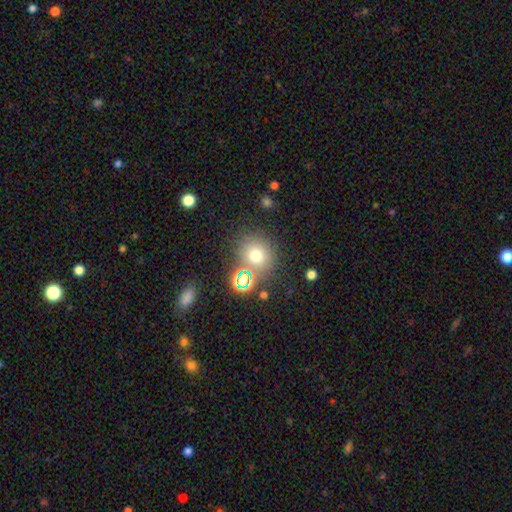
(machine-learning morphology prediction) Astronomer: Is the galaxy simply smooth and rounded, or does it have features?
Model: smooth — 68%.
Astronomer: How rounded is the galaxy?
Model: round — 82%.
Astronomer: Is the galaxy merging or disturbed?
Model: none — 73%.